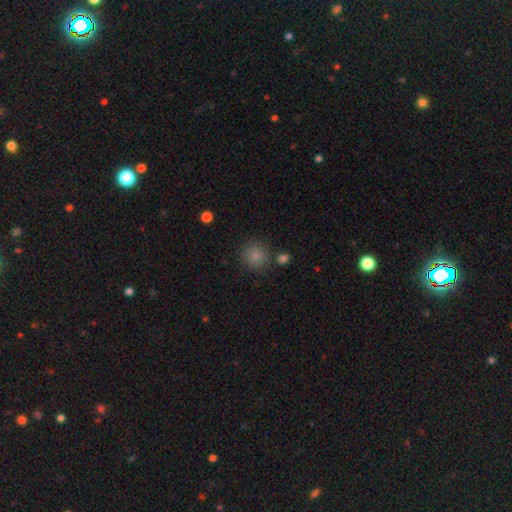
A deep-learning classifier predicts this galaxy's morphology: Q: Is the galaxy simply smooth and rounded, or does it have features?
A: smooth — 84%.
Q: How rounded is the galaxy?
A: round — 89%.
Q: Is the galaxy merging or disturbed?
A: none — 80%.